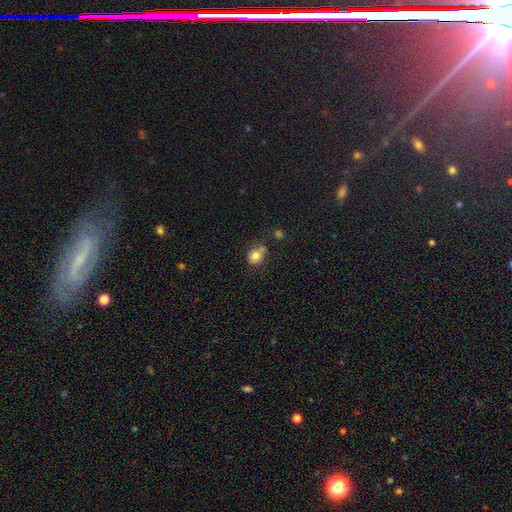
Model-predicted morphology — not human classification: Smooth or featured?
  - smooth: 79% *
  - star or artifact: 11%
  - featured or disk: 10%
How rounded?
  - round: 72% *
  - in between: 27%
  - cigar-shaped: 1%
Merging?
  - none: 57% *
  - minor disturbance: 19%
  - merger: 18%
  - major disturbance: 5%